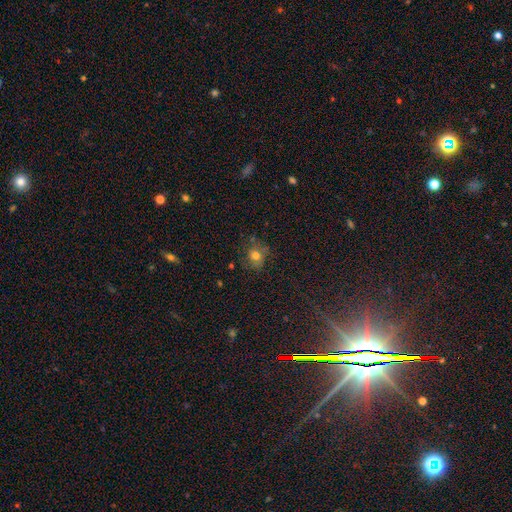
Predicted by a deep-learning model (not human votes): smooth_or_featured: smooth (p=0.70) [alt: star or artifact p=0.16]
how_rounded: round (p=0.76) [alt: in between p=0.23]
merging: none (p=0.69) [alt: minor disturbance p=0.20]